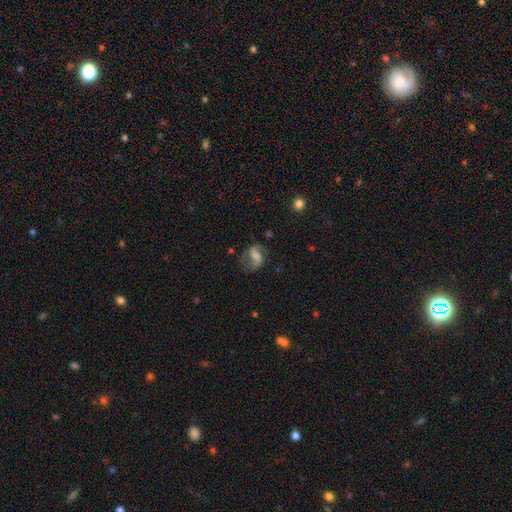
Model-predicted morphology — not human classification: A featured or disk galaxy (70%) with a weak bar (45%), 2 (86%) loose (55%) spiral arms (91%) and a moderate central bulge (39%).

Vote fractions:
- Smooth or featured? featured or disk: 70% / smooth: 21% / star or artifact: 9%
- Edge-on disk? no: 97% / yes: 3%
- Bar? weak: 45% / no: 32% / strong: 23%
- Spiral arms? yes: 91% / no: 9%
- Spiral winding? loose: 55% / medium: 36% / tight: 9%
- Spiral arm count? 2: 86% / 1: 6% / can't tell: 5% / 3: 1% / 4: 1% / more than 4: 1%
- Bulge size? moderate: 39% / small: 27% / none: 18% / large: 14% / dominant: 2%
- Merging? none: 59% / minor disturbance: 20% / major disturbance: 18% / merger: 3%